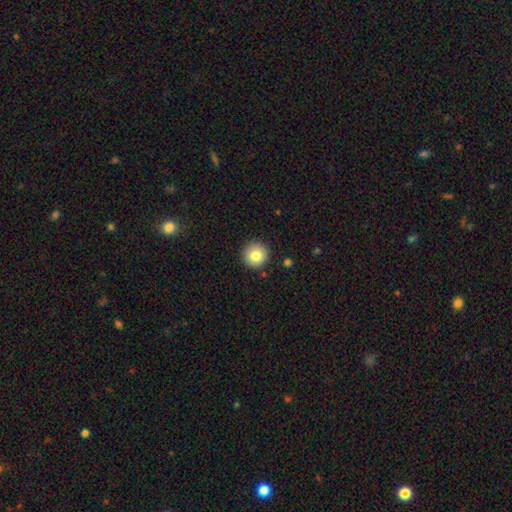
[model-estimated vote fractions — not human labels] This appears to be a smooth galaxy with no disk features (81%) that is round (95%). Merging: none (91%).